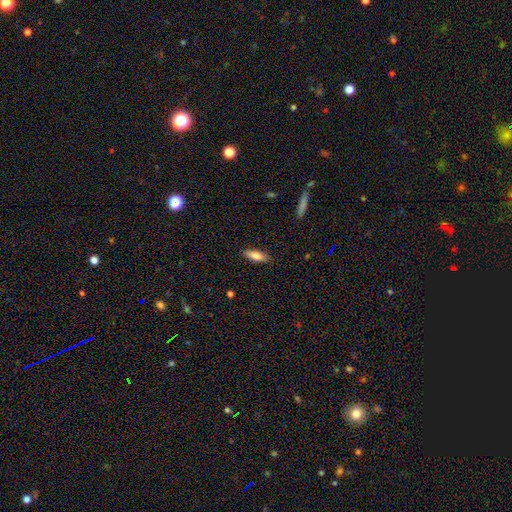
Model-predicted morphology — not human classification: Q: Smooth or featured?
A: smooth (79%); runner-up: featured or disk (15%)
Q: How rounded?
A: in between (60%); runner-up: cigar-shaped (38%)
Q: Merging?
A: none (86%); runner-up: minor disturbance (10%)